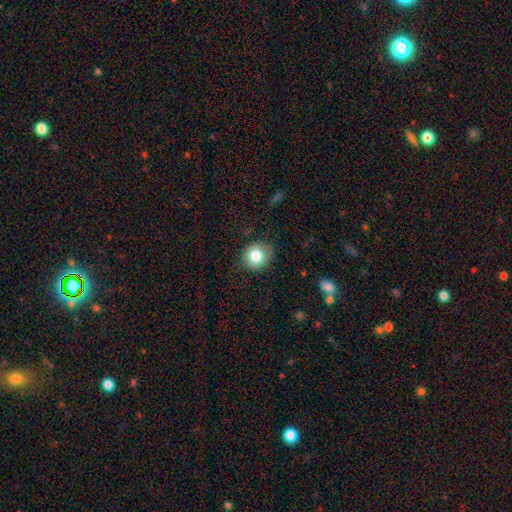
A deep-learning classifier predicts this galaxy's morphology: smooth-or-featured: smooth: 82% | star or artifact: 9% | featured or disk: 9%
  how-rounded: round: 80% | in between: 19% | cigar-shaped: 1%
  merging: none: 82% | minor disturbance: 14% | major disturbance: 3% | merger: 1%